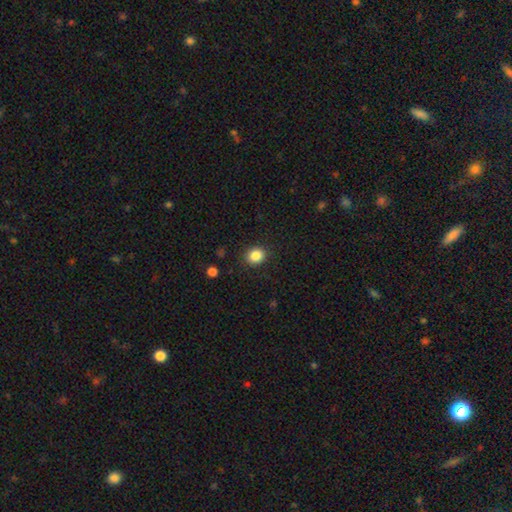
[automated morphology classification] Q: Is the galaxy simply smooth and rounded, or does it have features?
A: smooth — 86%.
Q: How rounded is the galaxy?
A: round — 74%.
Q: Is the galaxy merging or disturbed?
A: none — 89%.